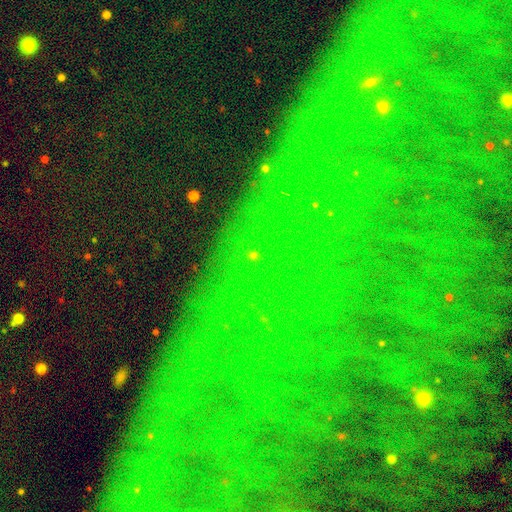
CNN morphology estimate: Overall: star or artifact (85%).